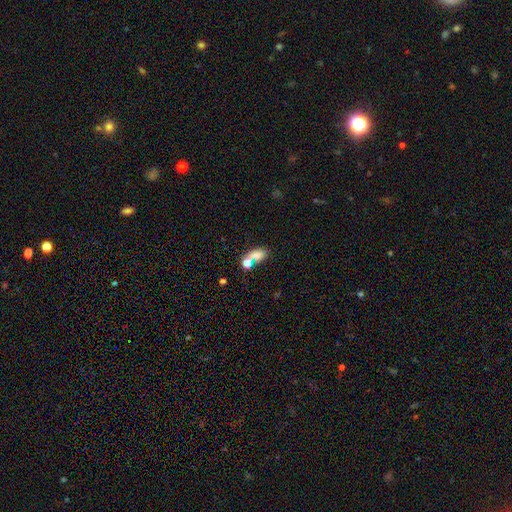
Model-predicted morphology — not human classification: type=smooth (74%); roundness=in between (78%); merging=none (54%).